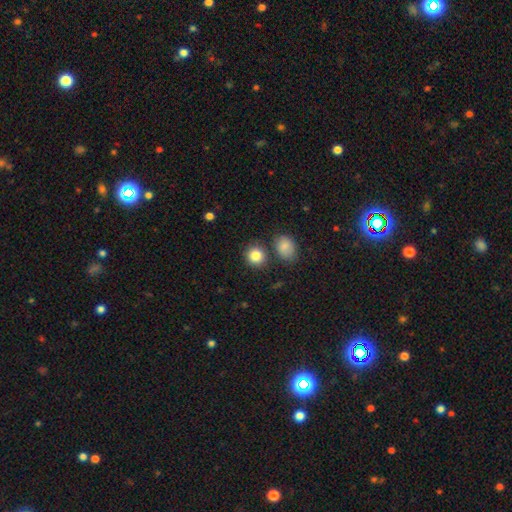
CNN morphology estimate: type=smooth (85%); roundness=round (85%); merging=none (78%).